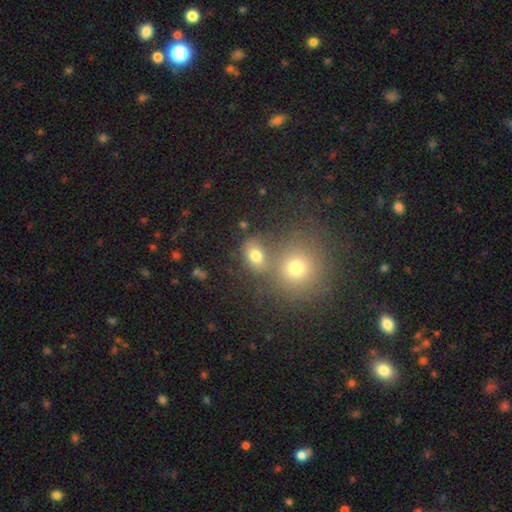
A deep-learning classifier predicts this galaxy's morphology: Smooth or featured? Predicted: smooth (p=0.72). How rounded? Predicted: round (p=0.51). Merging? Predicted: none (p=0.48).